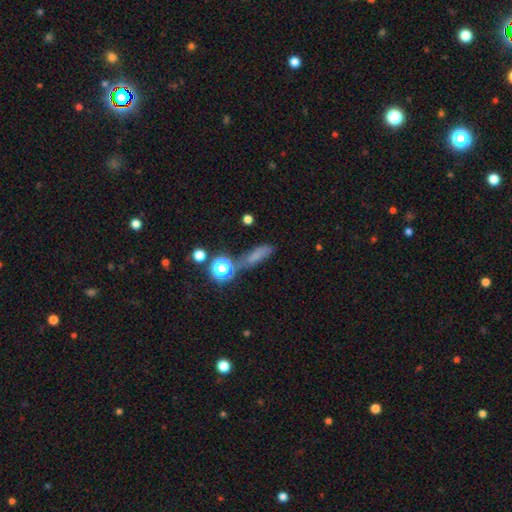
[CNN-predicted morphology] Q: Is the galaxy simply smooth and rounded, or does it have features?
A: smooth — 63%.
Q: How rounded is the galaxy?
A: cigar-shaped — 48%.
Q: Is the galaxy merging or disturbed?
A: none — 59%.